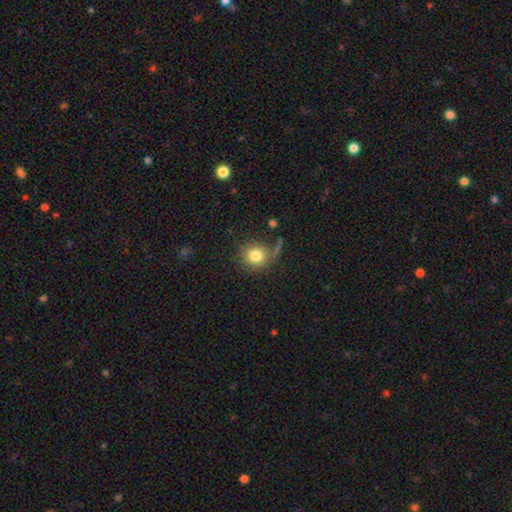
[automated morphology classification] type=smooth (81%); roundness=round (88%); merging=none (69%).